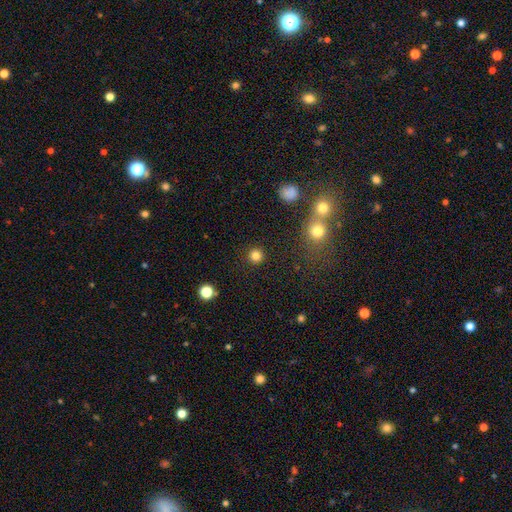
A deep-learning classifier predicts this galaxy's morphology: smooth-or-featured: smooth: 82% | star or artifact: 13% | featured or disk: 4%
  how-rounded: round: 95% | in between: 4% | cigar-shaped: 1%
  merging: none: 91% | minor disturbance: 5% | major disturbance: 2% | merger: 2%